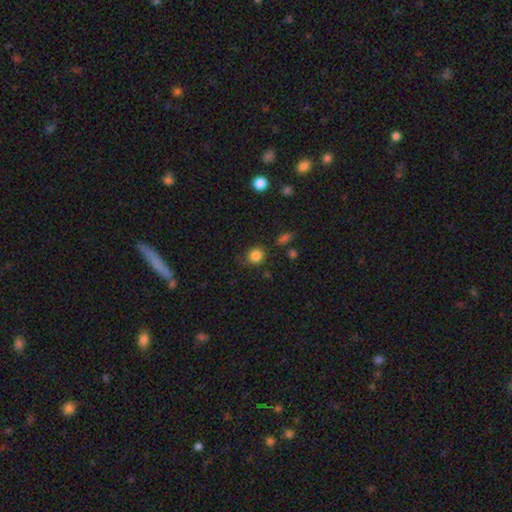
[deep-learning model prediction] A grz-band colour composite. It shows a smooth galaxy with no disk features (84%) that is round (88%). Merging: none (77%).